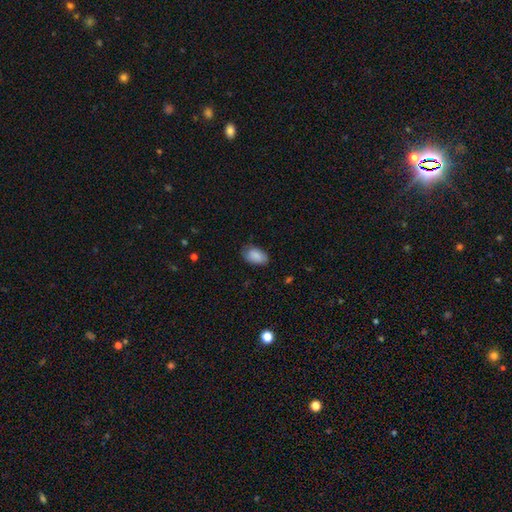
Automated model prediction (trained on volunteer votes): A smooth galaxy with no disk features (87%) that is in between round and cigar-shaped (92%).

Vote fractions:
- Smooth or featured? smooth: 87% / star or artifact: 7% / featured or disk: 6%
- How rounded? in between: 92% / round: 7% / cigar-shaped: 1%
- Merging? none: 71% / minor disturbance: 23% / major disturbance: 5% / merger: 1%